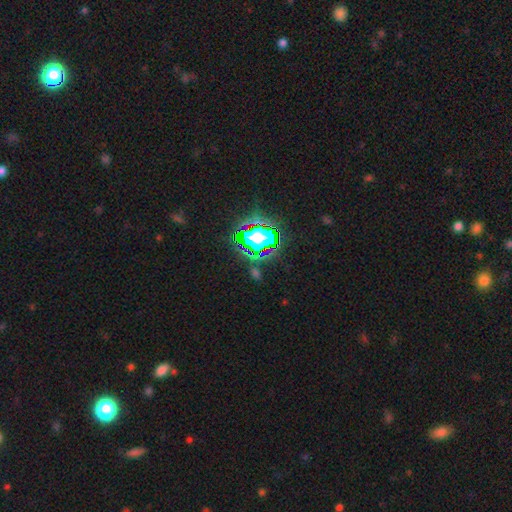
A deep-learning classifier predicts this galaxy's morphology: Smooth or featured? star or artifact (81%)